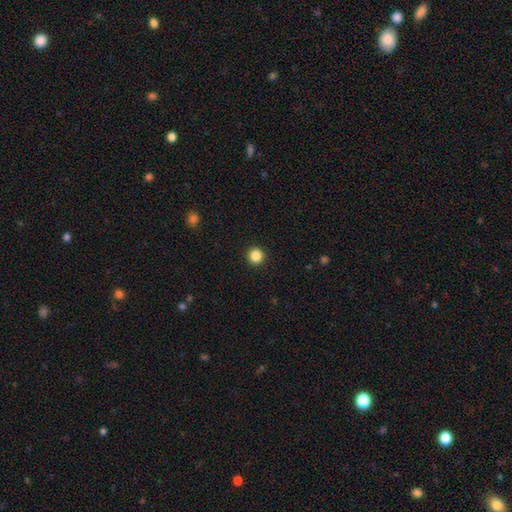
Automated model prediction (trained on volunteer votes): Smooth or featured: smooth — 86% (star or artifact — 11%)
How rounded: round — 96% (in between — 3%)
Merging: none — 93% (minor disturbance — 4%)